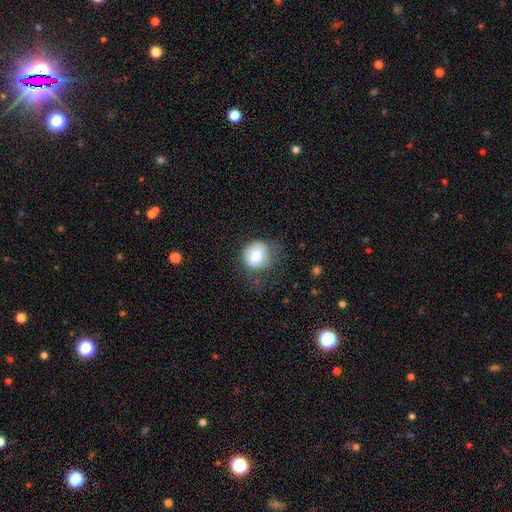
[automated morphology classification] smooth_or_featured: smooth (p=0.80) [alt: featured or disk p=0.12]
how_rounded: round (p=0.81) [alt: in between p=0.18]
merging: none (p=0.50) [alt: minor disturbance p=0.29]